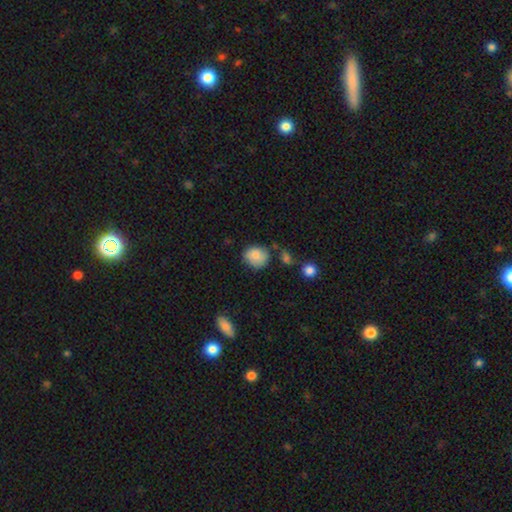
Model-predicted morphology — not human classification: A smooth galaxy with no disk features (78%) that is round (67%).

Vote fractions:
- Smooth or featured? smooth: 78% / featured or disk: 14% / star or artifact: 8%
- How rounded? round: 67% / in between: 32% / cigar-shaped: 1%
- Merging? none: 61% / minor disturbance: 26% / major disturbance: 7% / merger: 6%